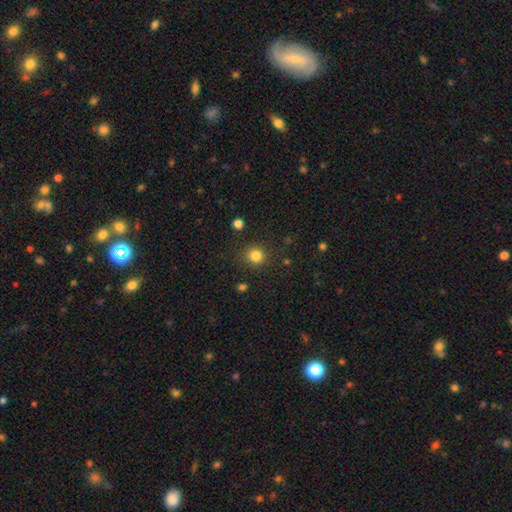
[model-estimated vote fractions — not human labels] Overall: smooth (83%). How rounded: round (92%). Merging: none (88%).